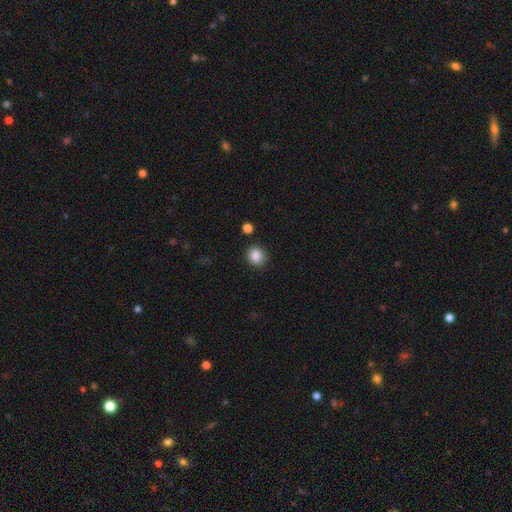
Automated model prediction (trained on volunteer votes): Overall: smooth (86%). How rounded: round (76%). Merging: none (86%).